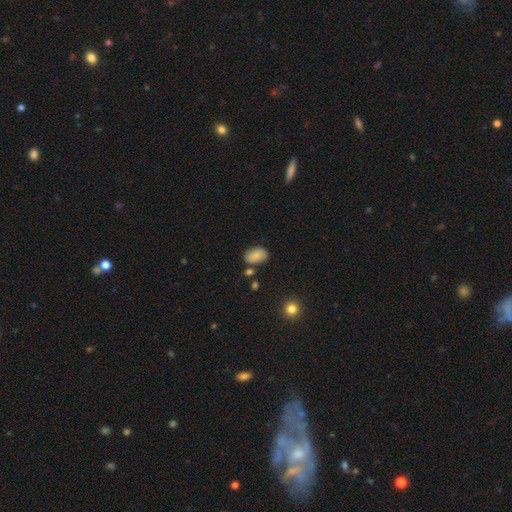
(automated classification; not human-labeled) Overall: smooth (83%). How rounded: in between (90%). Merging: none (74%).